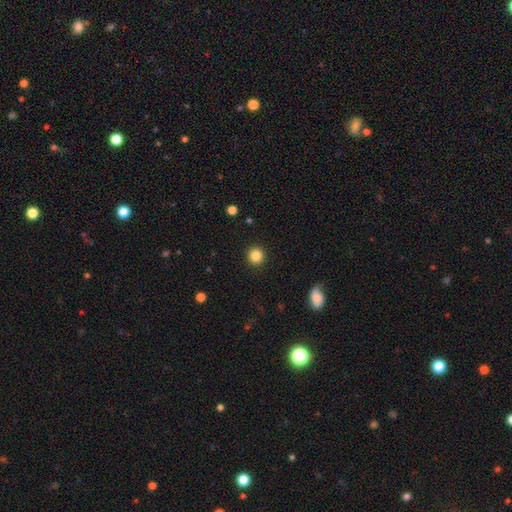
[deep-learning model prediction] The model was most divided on "smooth or featured": smooth: 85%, star or artifact: 11%, featured or disk: 4%. More confident: how rounded — round (93%); merging — none (92%).